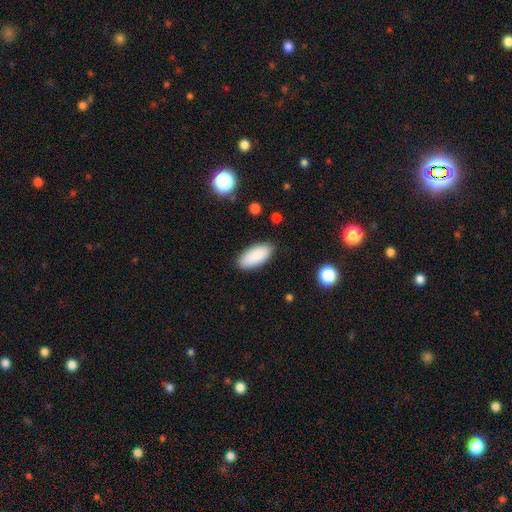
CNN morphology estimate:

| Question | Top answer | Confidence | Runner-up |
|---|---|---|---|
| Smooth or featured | smooth | 89% | star or artifact (7%) |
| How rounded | in between | 88% | cigar-shaped (10%) |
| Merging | none | 88% | minor disturbance (9%) |